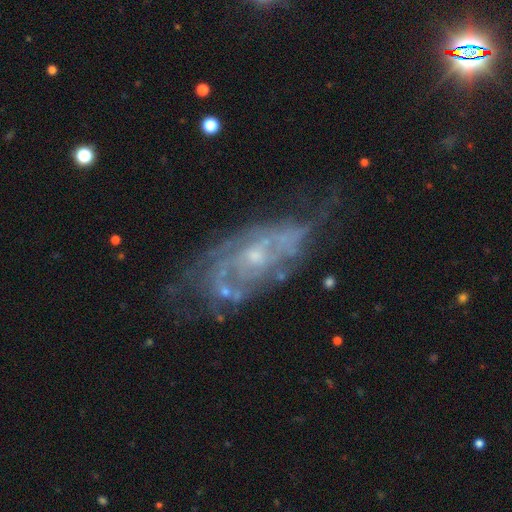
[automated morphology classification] smooth_or_featured: featured or disk (p=0.81) [alt: smooth p=0.10]
disk_edge_on: no (p=0.93) [alt: yes p=0.07]
bar: no (p=0.70) [alt: weak p=0.25]
has_spiral_arms: yes (p=0.84) [alt: no p=0.16]
spiral_winding: tight (p=0.53) [alt: medium p=0.35]
spiral_arm_count: can't tell (p=0.44) [alt: 2 p=0.31]
bulge_size: small (p=0.67) [alt: moderate p=0.27]
merging: none (p=0.55) [alt: minor disturbance p=0.25]